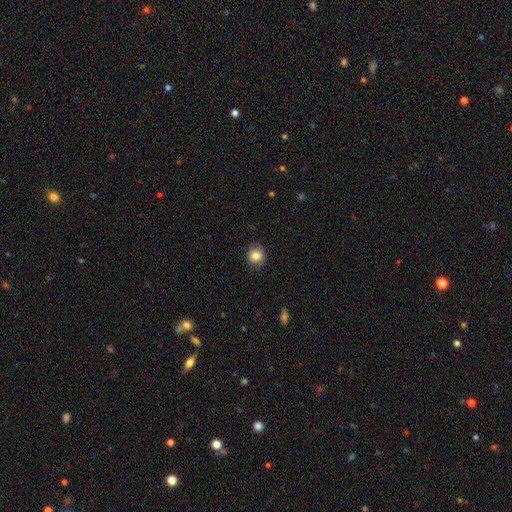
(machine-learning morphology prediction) Q: Smooth or featured?
A: smooth (82%); runner-up: star or artifact (9%)
Q: How rounded?
A: round (77%); runner-up: in between (22%)
Q: Merging?
A: none (82%); runner-up: minor disturbance (14%)